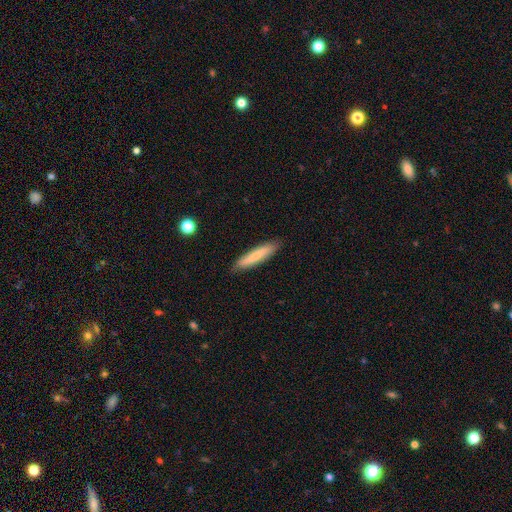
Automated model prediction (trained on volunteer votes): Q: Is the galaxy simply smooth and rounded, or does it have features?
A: smooth — 73%.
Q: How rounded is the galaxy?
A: cigar-shaped — 89%.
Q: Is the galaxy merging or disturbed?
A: none — 87%.